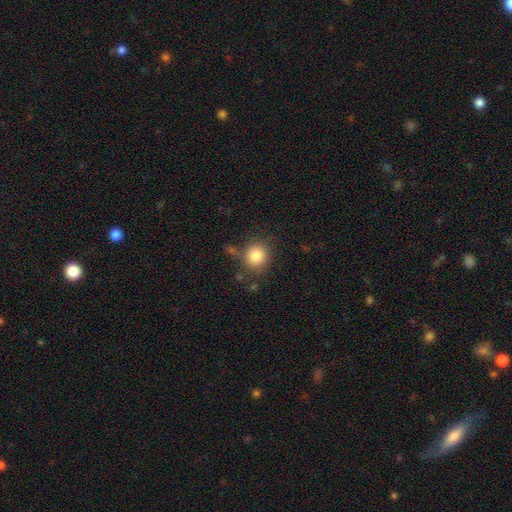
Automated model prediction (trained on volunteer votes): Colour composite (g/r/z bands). It shows a smooth galaxy with no disk features (83%) that is round (82%). Merging: none (72%).